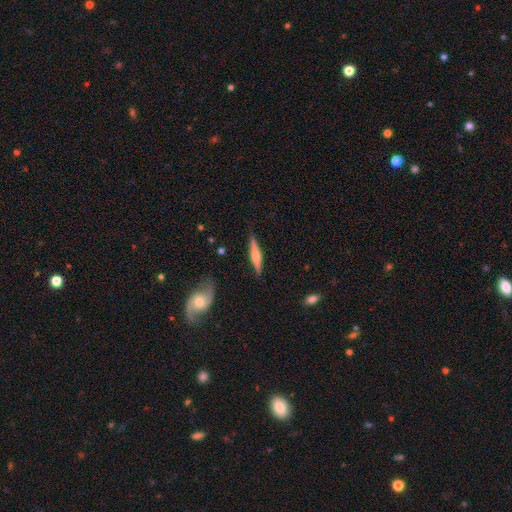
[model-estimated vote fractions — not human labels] Overall: featured or disk (61%; smooth 34%). Edge-on disk: yes (96%). Edge-on bulge: rounded (78%). Merging: none (86%).